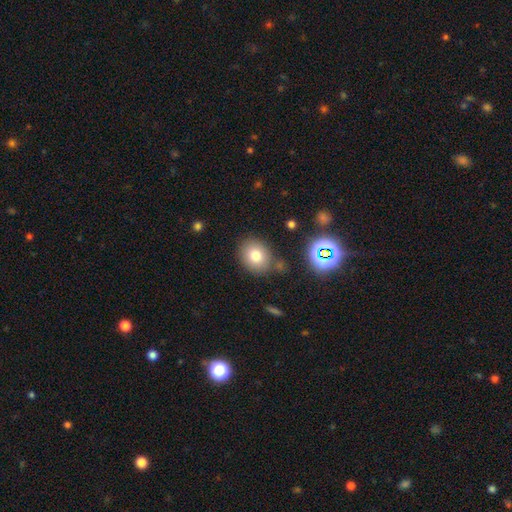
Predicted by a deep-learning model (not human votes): This appears to be a smooth galaxy with no disk features (78%) that is round (64%). Merging: none (77%).